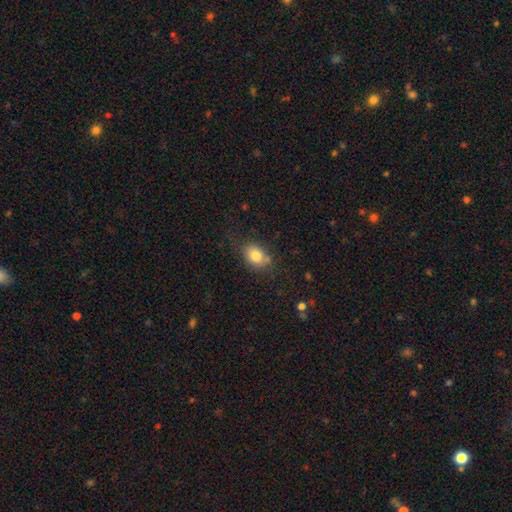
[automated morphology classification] A smooth galaxy with no disk features (81%) that is in between round and cigar-shaped (68%). Merging: none (69%).